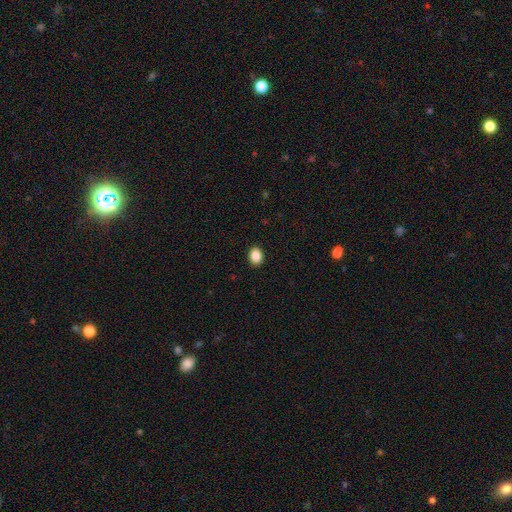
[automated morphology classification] A smooth galaxy with no disk features (88%) that is in between round and cigar-shaped (58%). Merging: none (92%).